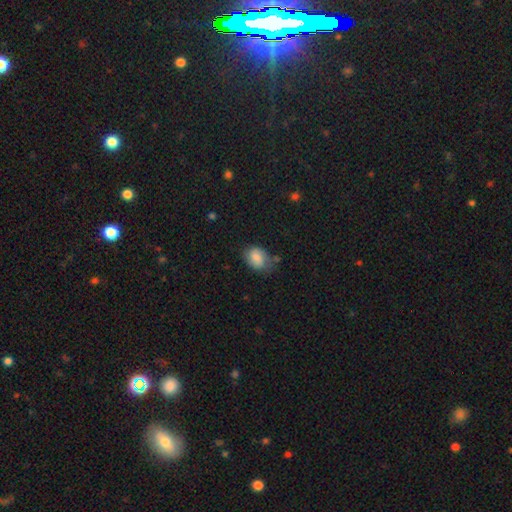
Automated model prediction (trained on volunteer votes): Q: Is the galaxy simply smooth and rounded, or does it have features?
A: smooth — 70%.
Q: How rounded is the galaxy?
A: in between — 71%.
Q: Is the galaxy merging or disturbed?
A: none — 61%.